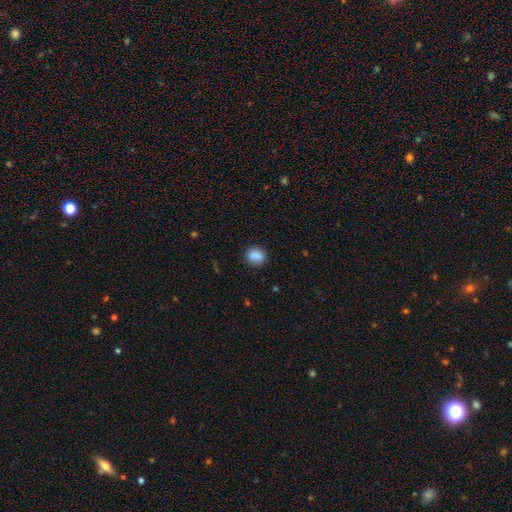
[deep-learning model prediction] smooth-or-featured: smooth: 87% | star or artifact: 9% | featured or disk: 5%
  how-rounded: round: 57% | in between: 42% | cigar-shaped: 1%
  merging: none: 83% | minor disturbance: 12% | major disturbance: 3% | merger: 2%